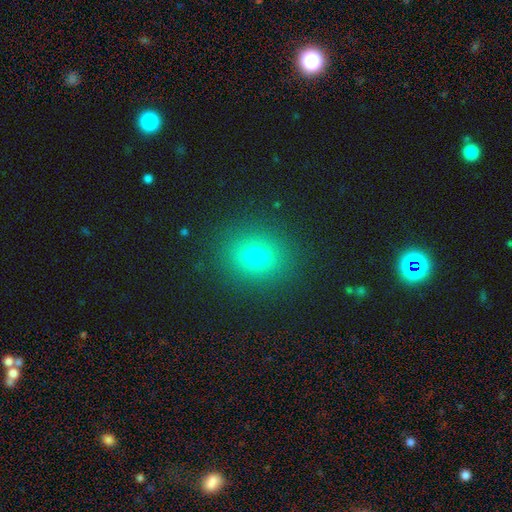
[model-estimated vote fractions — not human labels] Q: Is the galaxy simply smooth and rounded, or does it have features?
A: smooth — 75%.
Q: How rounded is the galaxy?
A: round — 65%.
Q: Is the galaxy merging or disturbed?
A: none — 87%.